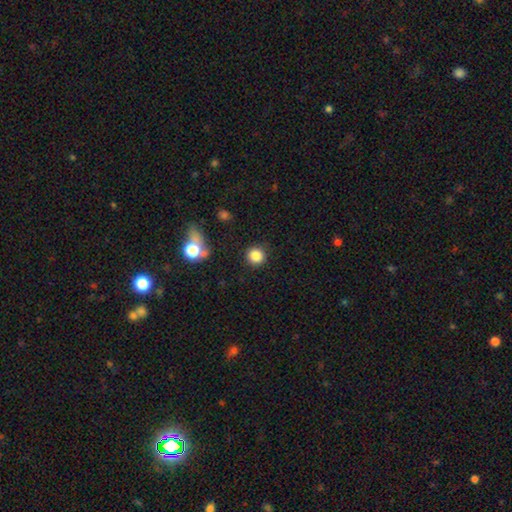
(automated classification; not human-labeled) Smooth or featured: smooth — 85% (star or artifact — 11%)
How rounded: round — 93% (in between — 6%)
Merging: none — 88% (minor disturbance — 7%)